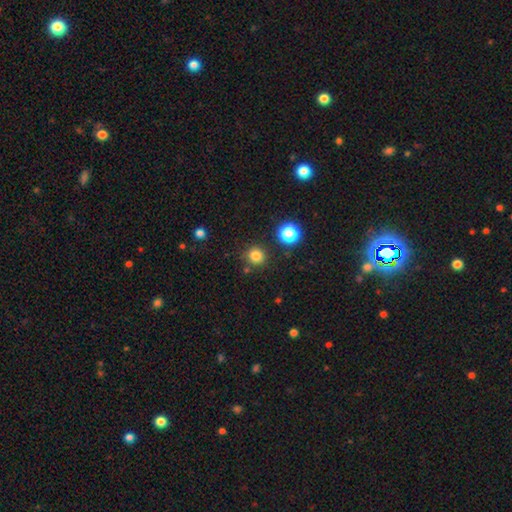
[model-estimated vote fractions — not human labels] Overall: smooth (80%). How rounded: round (93%). Merging: none (83%).